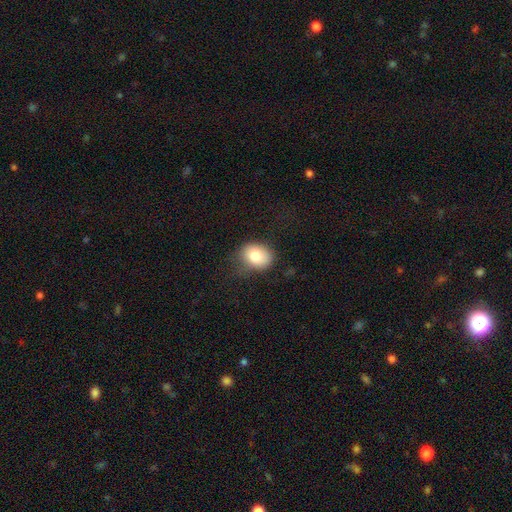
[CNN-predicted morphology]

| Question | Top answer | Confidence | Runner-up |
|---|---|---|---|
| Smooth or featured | smooth | 79% | featured or disk (12%) |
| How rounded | in between | 52% | round (47%) |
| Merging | none | 65% | minor disturbance (25%) |